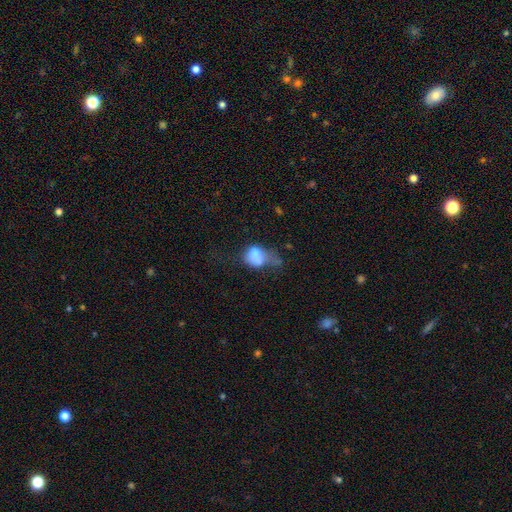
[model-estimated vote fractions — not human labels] Overall: smooth (67%). How rounded: in between (60%; round 39%). Merging: major disturbance (33%; merger 26%).